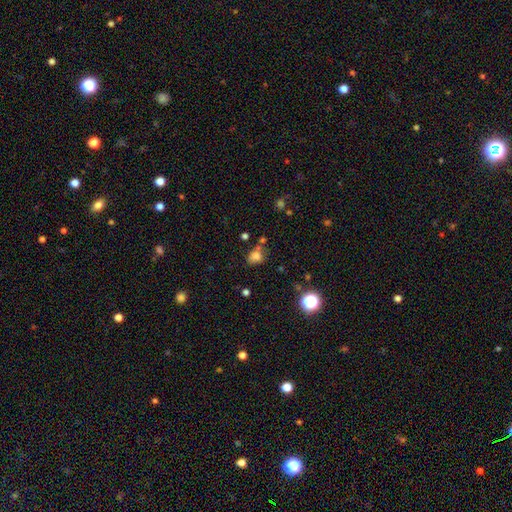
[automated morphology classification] A smooth galaxy with no disk features (73%) that is in between round and cigar-shaped (53%).

Vote fractions:
- Smooth or featured? smooth: 73% / star or artifact: 18% / featured or disk: 8%
- How rounded? in between: 53% / round: 46% / cigar-shaped: 1%
- Merging? none: 56% / minor disturbance: 20% / merger: 17% / major disturbance: 8%